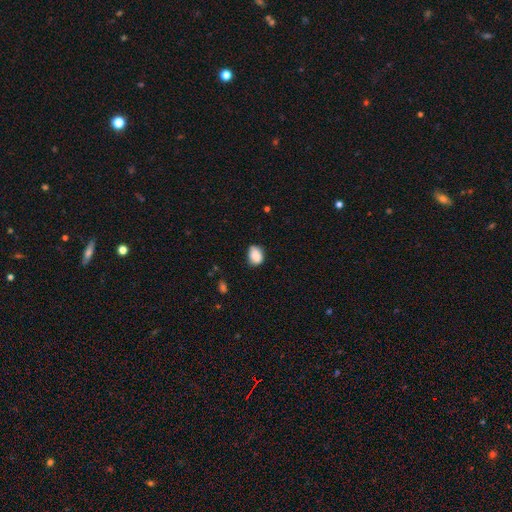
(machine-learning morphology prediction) smooth-or-featured: smooth: 86% | star or artifact: 8% | featured or disk: 5%
  how-rounded: in between: 68% | round: 31% | cigar-shaped: 1%
  merging: none: 62% | minor disturbance: 31% | major disturbance: 5% | merger: 2%